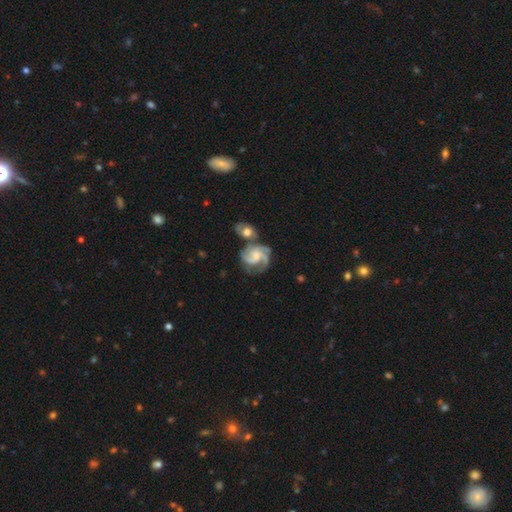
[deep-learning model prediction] Smooth or featured? featured or disk (85%)
Edge-on disk? no (98%)
Bar? no (55%)
Spiral arms? yes (97%)
Spiral winding? medium (51%)
Spiral arm count? 3 (43%)
Bulge size? small (43%)
Merging? none (43%)